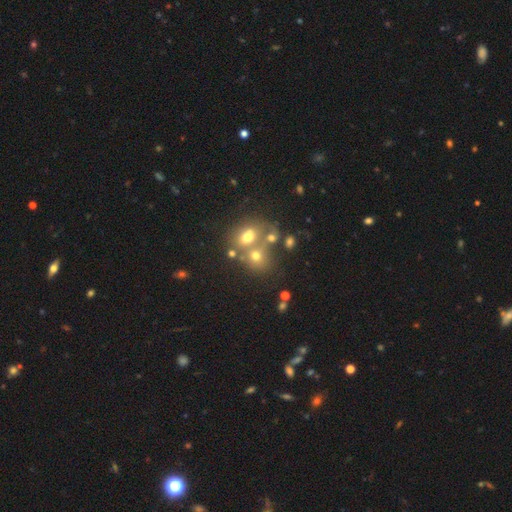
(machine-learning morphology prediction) Overall: smooth (61%). How rounded: round (61%; in between 38%). Merging: merger (51%; none 34%).